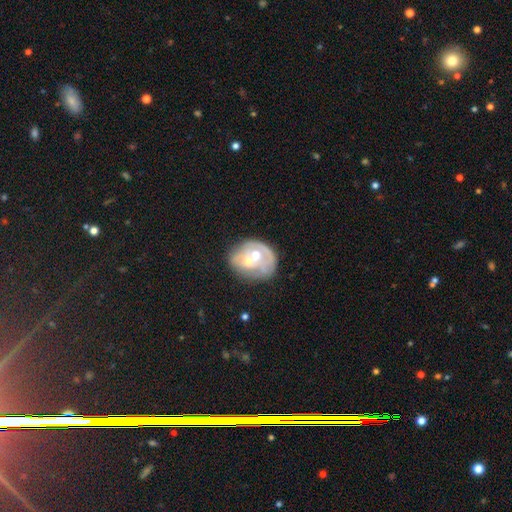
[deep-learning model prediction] smooth-or-featured: featured or disk: 57% | smooth: 36% | star or artifact: 8%
  disk-edge-on: no: 97% | yes: 3%
    bar: no: 86% | weak: 11% | strong: 3%
    has-spiral-arms: no: 82% | yes: 18%
    bulge-size: moderate: 71% | small: 17% | large: 6% | none: 4% | dominant: 2%
  merging: merger: 52% | none: 25% | minor disturbance: 13% | major disturbance: 10%